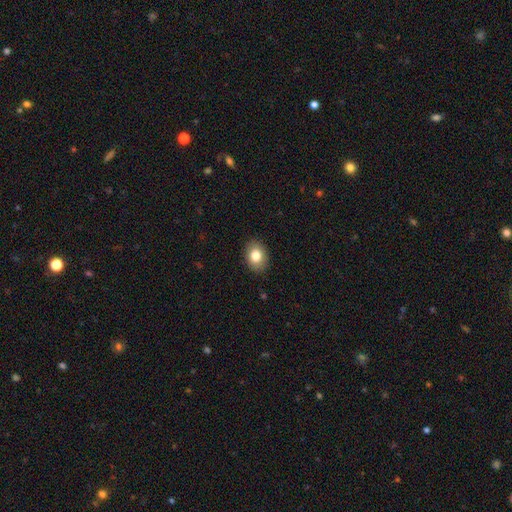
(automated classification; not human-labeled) Morphology: type=smooth (81%); roundness=in between (66%); merging=none (89%).